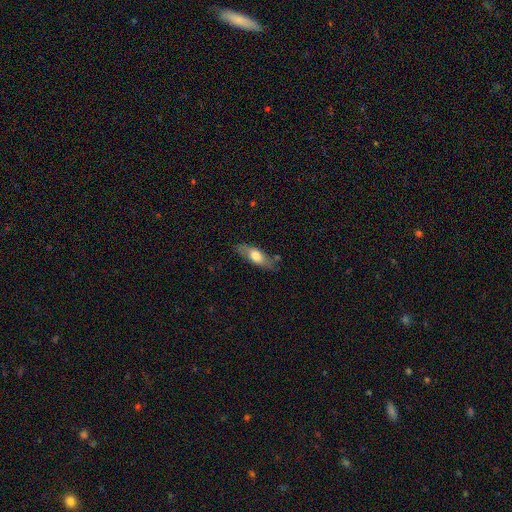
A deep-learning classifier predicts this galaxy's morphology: smooth 62%, featured or disk 32%, star or artifact 6%. Down the decision tree: how rounded — in between (67%); merging — none (71%).